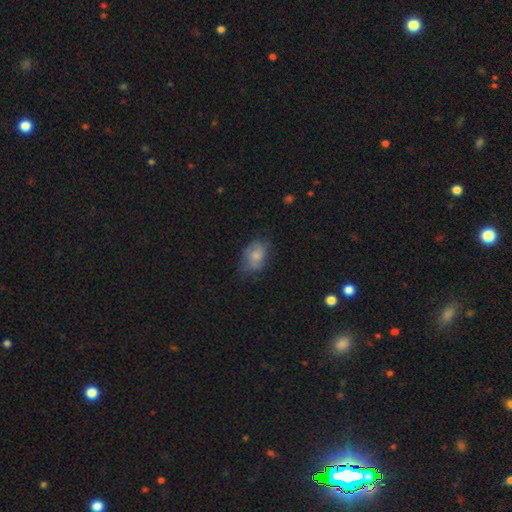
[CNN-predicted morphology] A smooth galaxy with no disk features (61%) that is in between round and cigar-shaped (82%). Merging: none (56%).